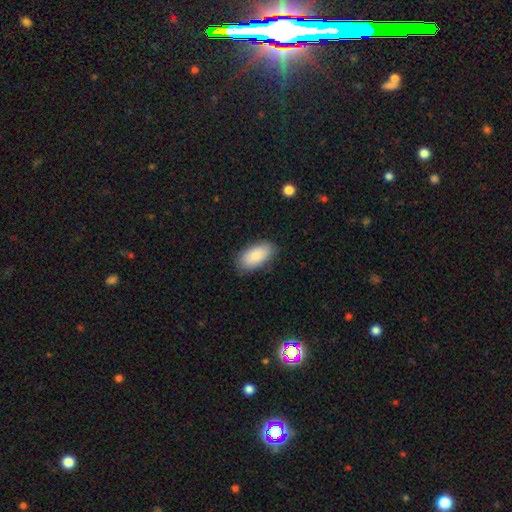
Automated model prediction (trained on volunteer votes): Smooth or featured? smooth (85%)
How rounded? in between (94%)
Merging? none (84%)